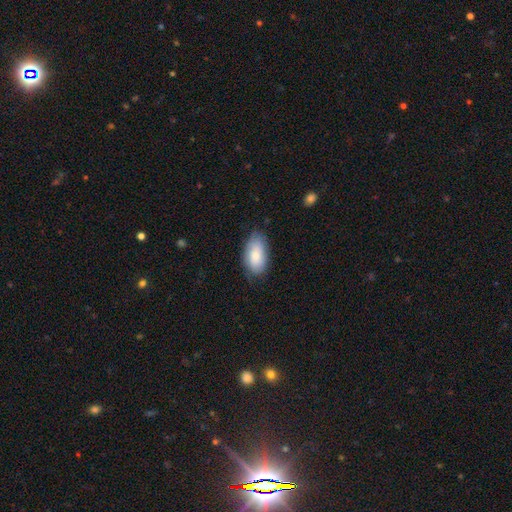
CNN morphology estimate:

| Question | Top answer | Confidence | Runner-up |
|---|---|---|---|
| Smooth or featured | smooth | 80% | featured or disk (14%) |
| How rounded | in between | 94% | round (3%) |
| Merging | none | 72% | minor disturbance (22%) |